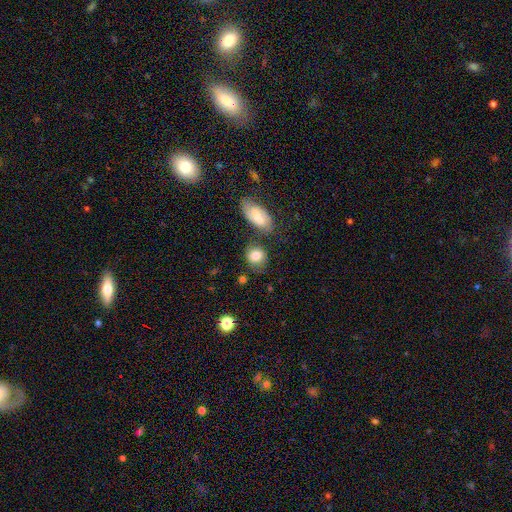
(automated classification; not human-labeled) The model was most divided on "how rounded": round: 63%, in between: 35%, cigar-shaped: 2%. More confident: smooth or featured — smooth (81%); merging — none (64%).